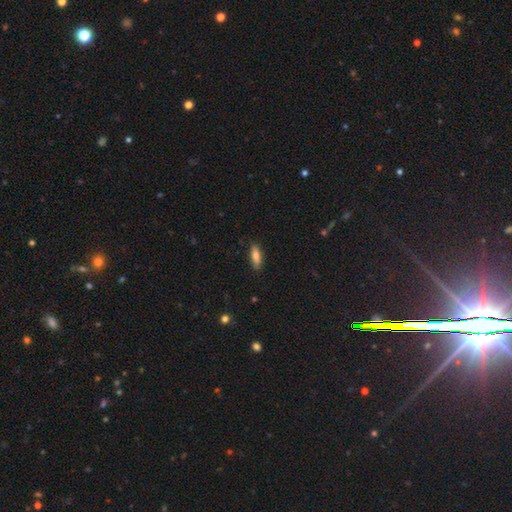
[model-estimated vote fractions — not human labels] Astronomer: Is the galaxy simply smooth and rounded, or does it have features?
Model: smooth — 79%.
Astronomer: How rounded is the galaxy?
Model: in between — 59% (runner-up: cigar-shaped, 39%).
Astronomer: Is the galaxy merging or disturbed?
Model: none — 86%.